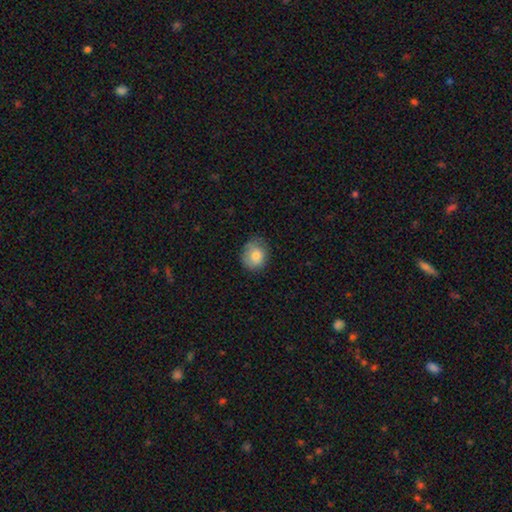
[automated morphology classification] A smooth galaxy with no disk features (82%) that is round (65%). Merging: none (65%).